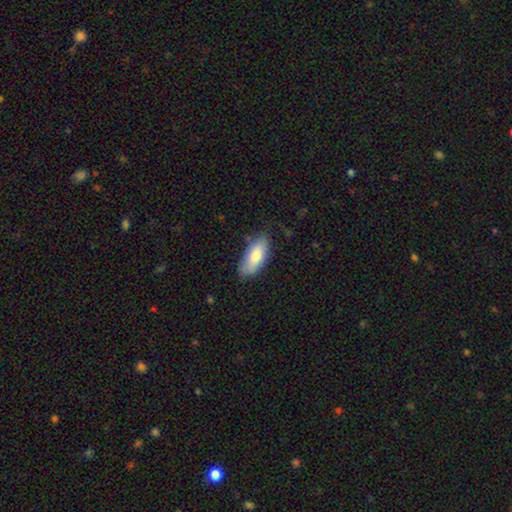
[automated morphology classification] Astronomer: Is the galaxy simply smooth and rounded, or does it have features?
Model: smooth — 79%.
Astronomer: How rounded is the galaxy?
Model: in between — 85%.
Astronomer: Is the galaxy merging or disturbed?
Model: none — 75%.